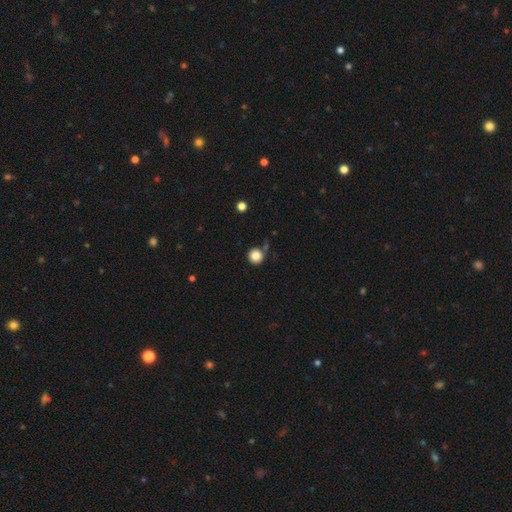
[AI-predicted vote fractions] Smooth or featured? smooth (85%)
How rounded? round (94%)
Merging? none (75%)